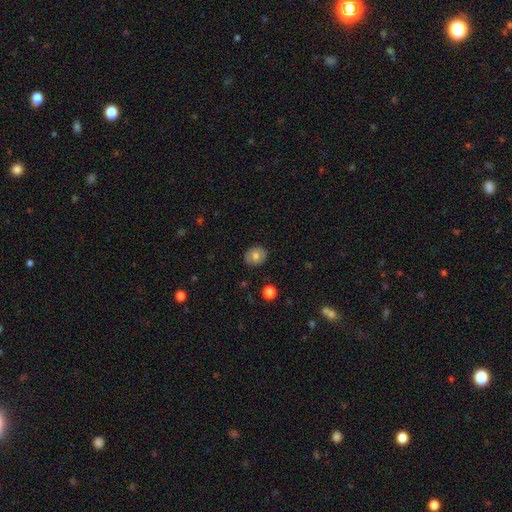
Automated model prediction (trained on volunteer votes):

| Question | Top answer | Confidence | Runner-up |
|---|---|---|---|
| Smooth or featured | smooth | 70% | featured or disk (22%) |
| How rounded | round | 71% | in between (28%) |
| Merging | none | 88% | minor disturbance (9%) |